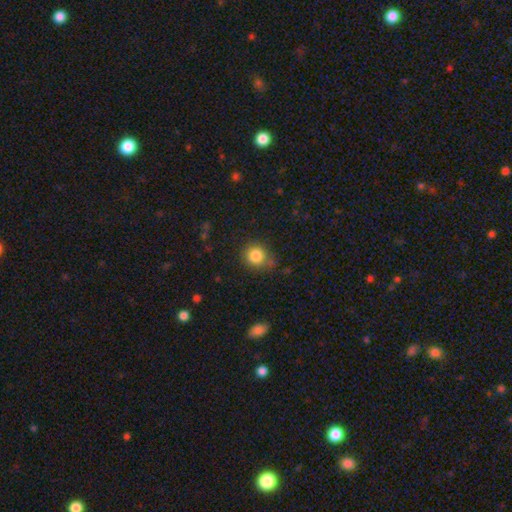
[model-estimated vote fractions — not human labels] Overall: smooth (84%). How rounded: round (84%). Merging: none (74%).